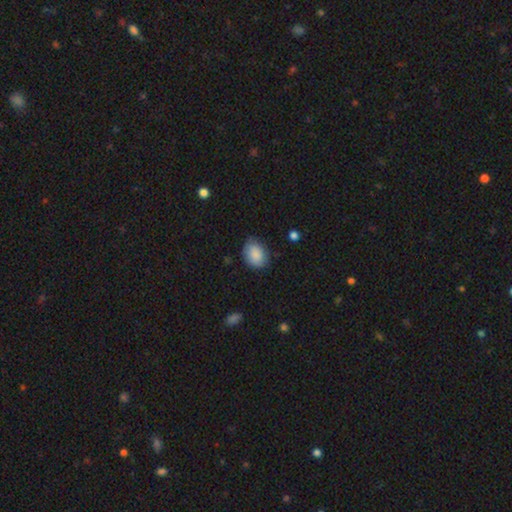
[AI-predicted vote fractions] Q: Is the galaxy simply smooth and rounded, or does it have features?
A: smooth — 87%.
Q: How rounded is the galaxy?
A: in between — 68%.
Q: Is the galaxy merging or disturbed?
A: none — 75%.